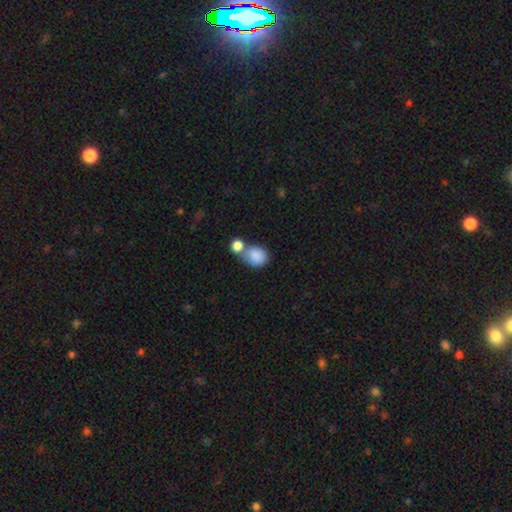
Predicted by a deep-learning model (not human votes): Morphology: type=smooth (86%); roundness=round (59%); merging=merger (45%).